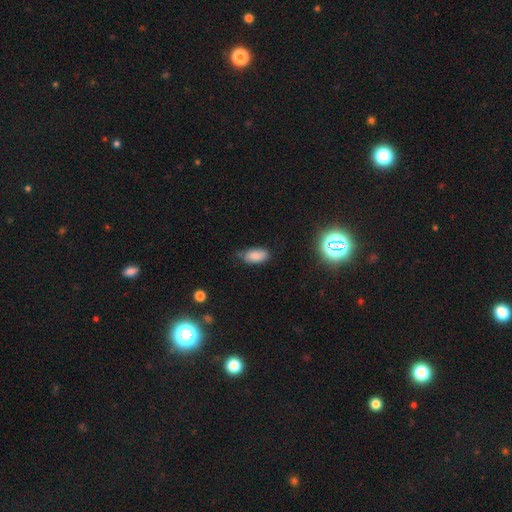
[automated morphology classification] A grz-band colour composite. It shows a smooth galaxy with no disk features (82%) that is in between round and cigar-shaped (91%). Merging: none (59%).